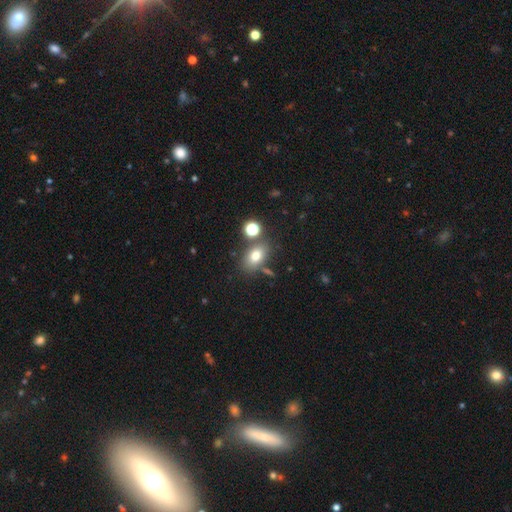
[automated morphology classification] Smooth or featured? smooth (75%)
How rounded? in between (78%)
Merging? none (70%)